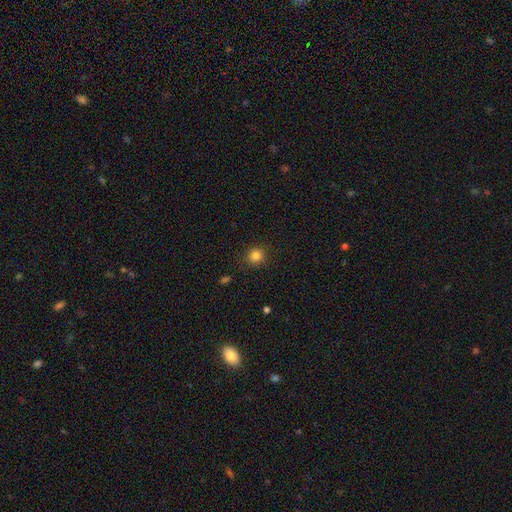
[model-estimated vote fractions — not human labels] Smooth or featured: smooth — 83% (star or artifact — 12%)
How rounded: round — 89% (in between — 10%)
Merging: none — 88% (minor disturbance — 8%)